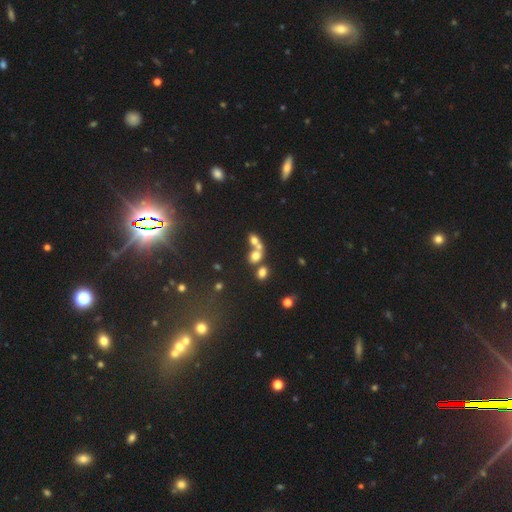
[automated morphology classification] The model was most divided on "how rounded": round: 50%, in between: 48%, cigar-shaped: 2%. More confident: smooth or featured — smooth (64%); merging — merger (60%).